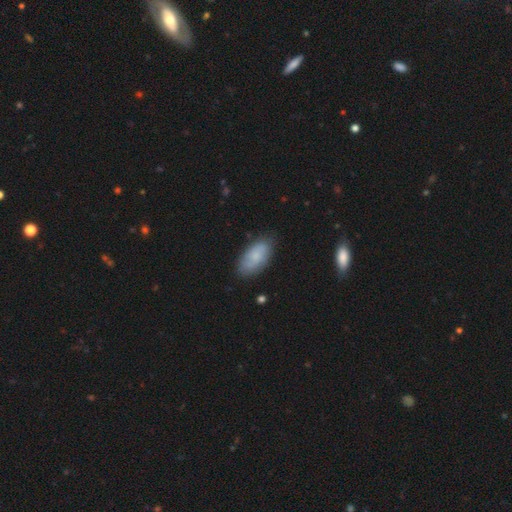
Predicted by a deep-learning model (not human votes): Smooth or featured: smooth — 71% (featured or disk — 22%)
How rounded: in between — 92% (cigar-shaped — 6%)
Merging: none — 78% (minor disturbance — 17%)